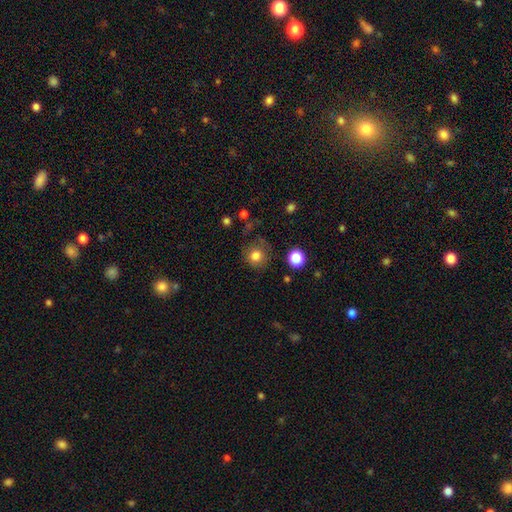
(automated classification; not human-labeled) smooth_or_featured: smooth (p=0.80) [alt: star or artifact p=0.12]
how_rounded: round (p=0.90) [alt: in between p=0.09]
merging: none (p=0.74) [alt: minor disturbance p=0.16]